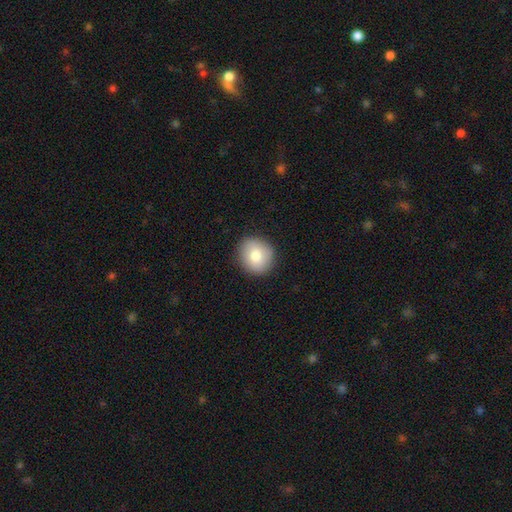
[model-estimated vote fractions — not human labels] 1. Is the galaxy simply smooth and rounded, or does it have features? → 82% smooth, 11% featured or disk, 7% star or artifact.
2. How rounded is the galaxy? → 85% round, 14% in between, 1% cigar-shaped.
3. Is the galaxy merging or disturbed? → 90% none, 7% minor disturbance, 2% major disturbance, 1% merger.